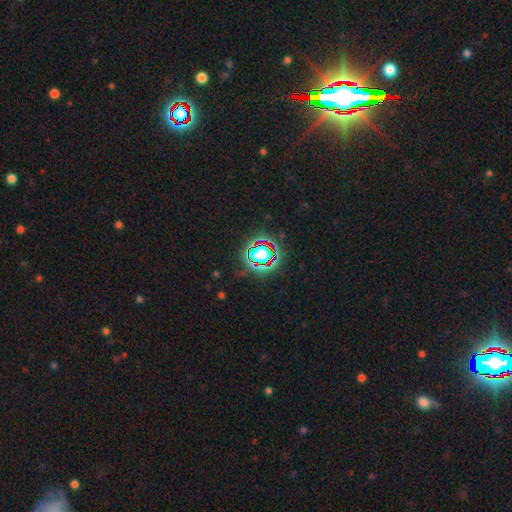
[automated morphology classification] Overall: star or artifact (62%; smooth 24%).